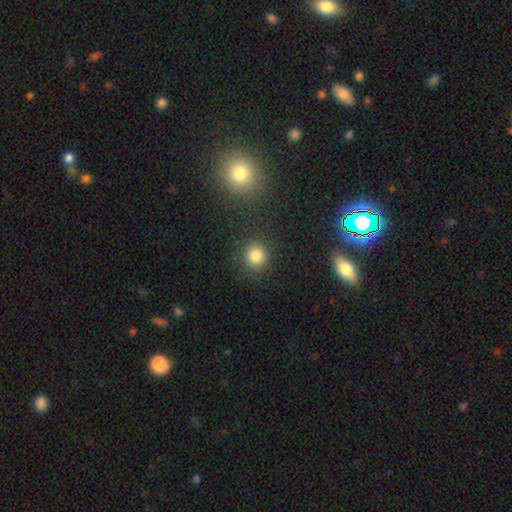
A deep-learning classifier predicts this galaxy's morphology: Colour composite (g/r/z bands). It shows a smooth galaxy with no disk features (82%) that is round (87%). Merging: none (85%).